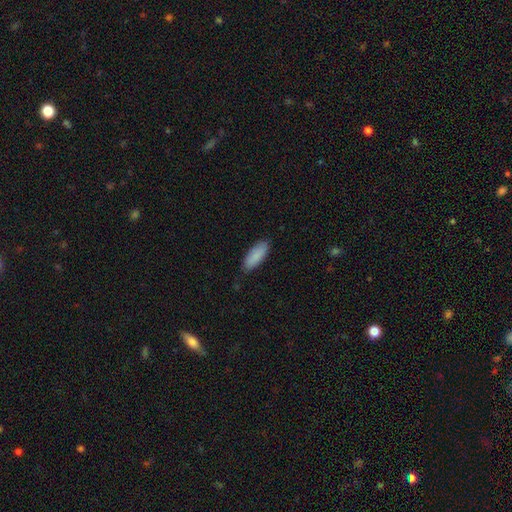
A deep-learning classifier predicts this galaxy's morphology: smooth_or_featured: smooth (p=0.89) [alt: star or artifact p=0.06]
how_rounded: in between (p=0.73) [alt: cigar-shaped p=0.26]
merging: none (p=0.84) [alt: minor disturbance p=0.12]